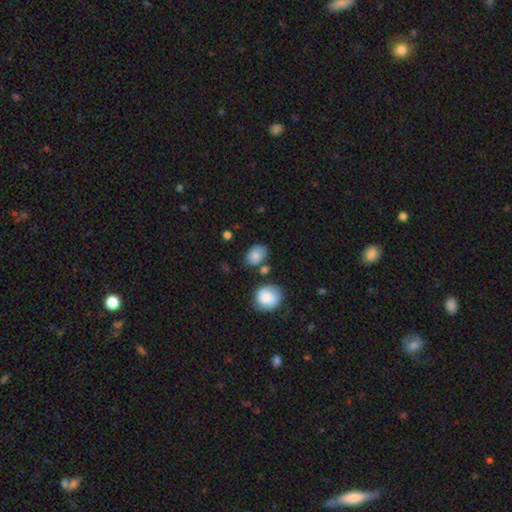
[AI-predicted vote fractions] This is clearly a smooth galaxy (83%). How rounded: likely in between (68%). Merging: likely none (63%).